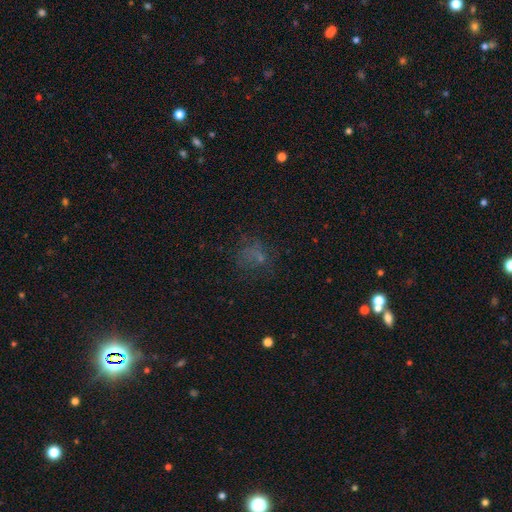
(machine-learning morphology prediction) smooth 47%, star or artifact 30%, featured or disk 22%. Down the decision tree: merging — none (51%).